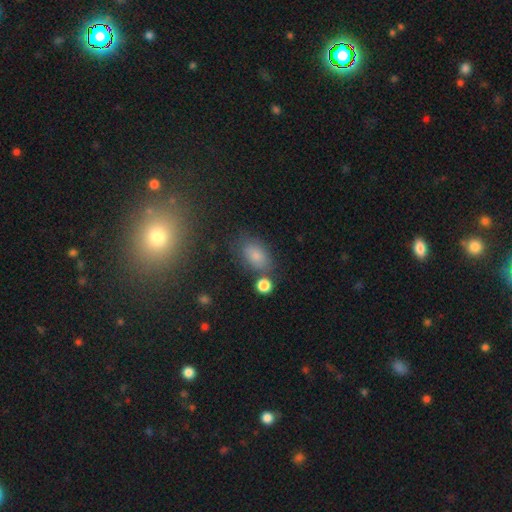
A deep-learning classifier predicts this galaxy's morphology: A smooth galaxy with no disk features (77%) that is in between round and cigar-shaped (86%). Merging: none (68%).